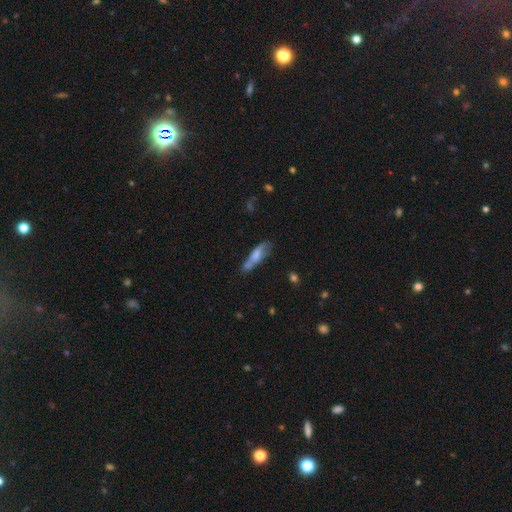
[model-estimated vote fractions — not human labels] smooth_or_featured: smooth (p=0.58) [alt: featured or disk p=0.35]
how_rounded: cigar-shaped (p=0.63) [alt: in between p=0.35]
merging: none (p=0.48) [alt: minor disturbance p=0.29]